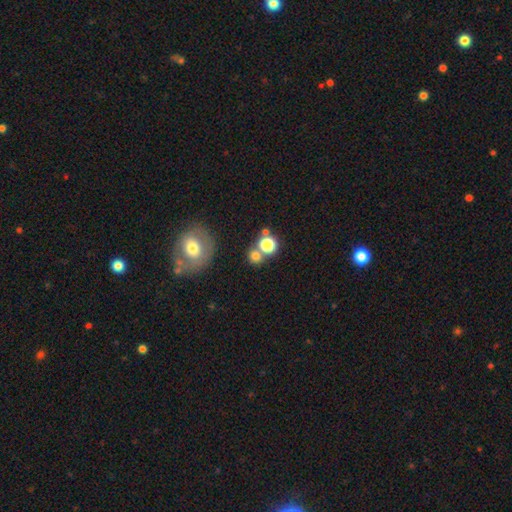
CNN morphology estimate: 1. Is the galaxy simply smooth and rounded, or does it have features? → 75% smooth, 16% star or artifact, 9% featured or disk.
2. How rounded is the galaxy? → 85% round, 14% in between, 1% cigar-shaped.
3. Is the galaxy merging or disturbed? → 61% none, 27% merger, 8% minor disturbance, 4% major disturbance.